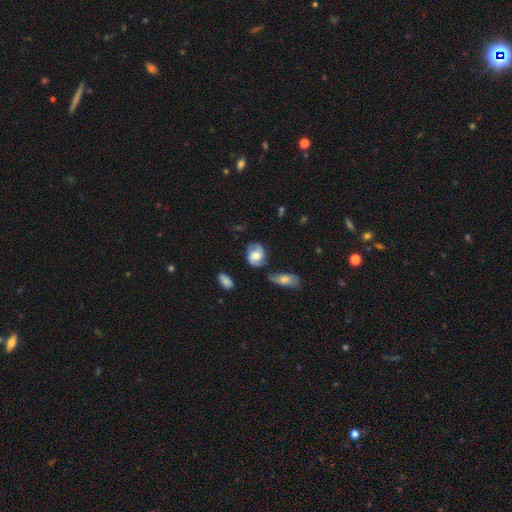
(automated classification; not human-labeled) Smooth or featured?
  - featured or disk: 59% *
  - smooth: 35%
  - star or artifact: 6%
Edge-on disk?
  - no: 96% *
  - yes: 4%
Bar?
  - no: 61% *
  - weak: 32%
  - strong: 7%
Spiral arms?
  - yes: 84% *
  - no: 16%
Bulge size?
  - moderate: 62% *
  - large: 25%
  - small: 9%
  - none: 2%
  - dominant: 2%
Merging?
  - none: 64% *
  - minor disturbance: 21%
  - major disturbance: 8%
  - merger: 7%